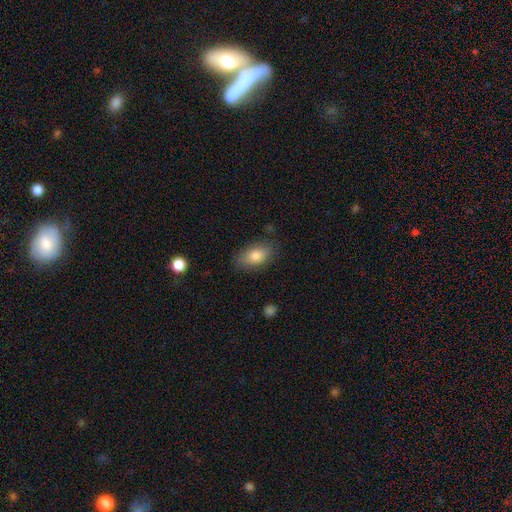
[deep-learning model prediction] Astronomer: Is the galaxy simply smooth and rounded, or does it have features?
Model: smooth — 80%.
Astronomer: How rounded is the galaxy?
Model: in between — 89%.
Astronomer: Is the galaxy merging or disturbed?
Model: none — 81%.